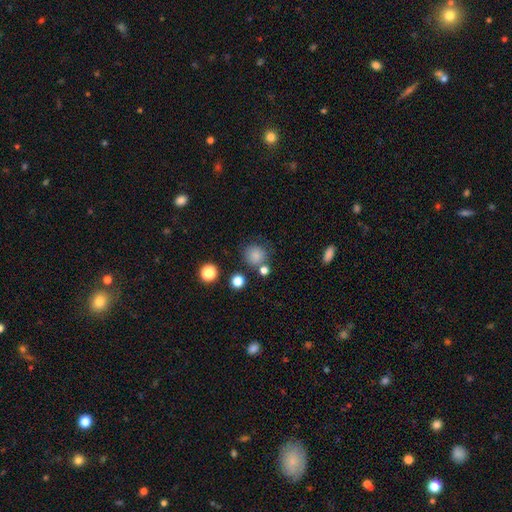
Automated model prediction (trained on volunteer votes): smooth-or-featured: smooth: 82% | star or artifact: 13% | featured or disk: 6%
  how-rounded: round: 90% | in between: 9% | cigar-shaped: 1%
  merging: none: 73% | minor disturbance: 11% | merger: 11% | major disturbance: 4%